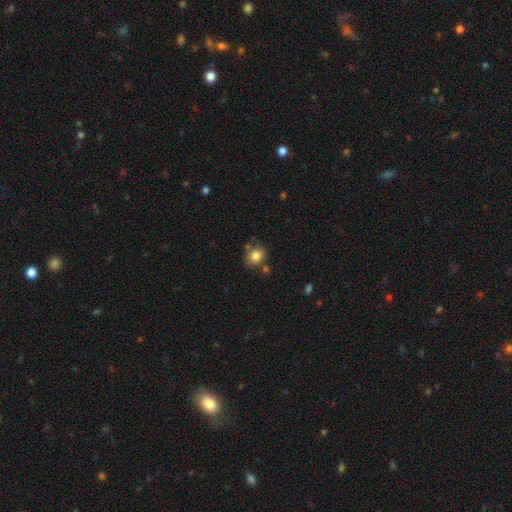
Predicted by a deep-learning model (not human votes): Q: Smooth or featured?
A: smooth (82%); runner-up: star or artifact (10%)
Q: How rounded?
A: round (66%); runner-up: in between (33%)
Q: Merging?
A: none (73%); runner-up: minor disturbance (14%)